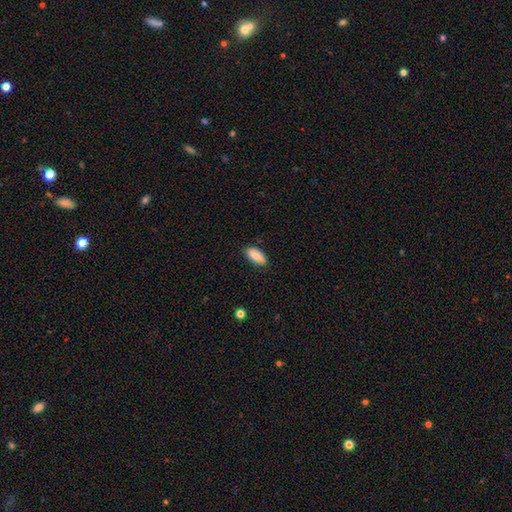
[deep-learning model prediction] Q: Smooth or featured?
A: smooth (86%); runner-up: featured or disk (8%)
Q: How rounded?
A: in between (87%); runner-up: cigar-shaped (11%)
Q: Merging?
A: none (85%); runner-up: minor disturbance (12%)